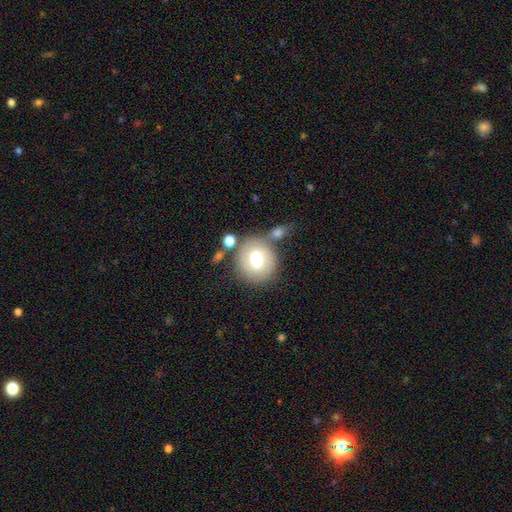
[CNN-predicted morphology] type=smooth (64%); roundness=round (79%); merging=none (63%).